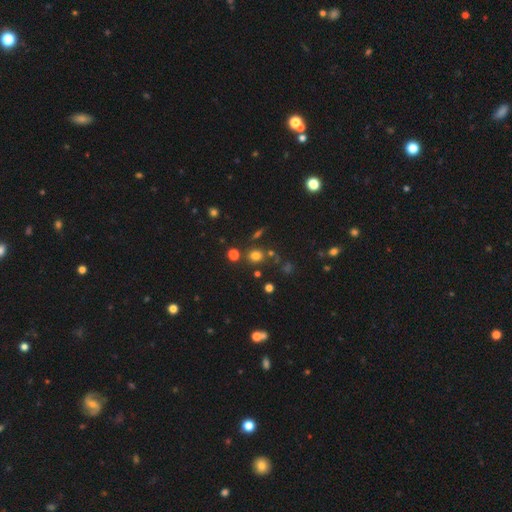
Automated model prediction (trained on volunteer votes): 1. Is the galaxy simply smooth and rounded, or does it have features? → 73% smooth, 20% star or artifact, 8% featured or disk.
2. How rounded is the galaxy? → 75% round, 23% in between, 1% cigar-shaped.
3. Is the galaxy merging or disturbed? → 75% none, 10% merger, 10% minor disturbance, 4% major disturbance.